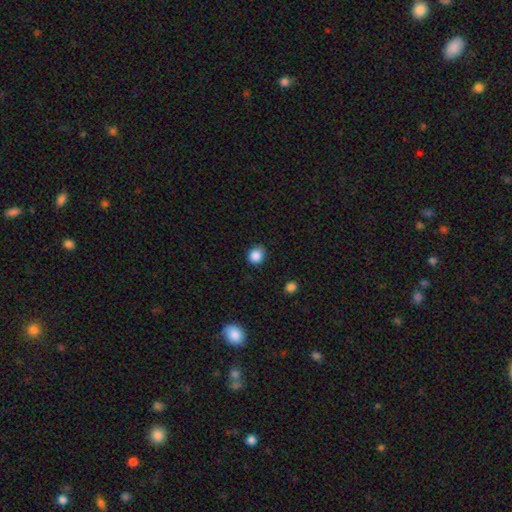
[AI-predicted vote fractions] The model was most divided on "how rounded": round: 76%, in between: 23%, cigar-shaped: 1%. More confident: smooth or featured — smooth (86%); merging — none (81%).